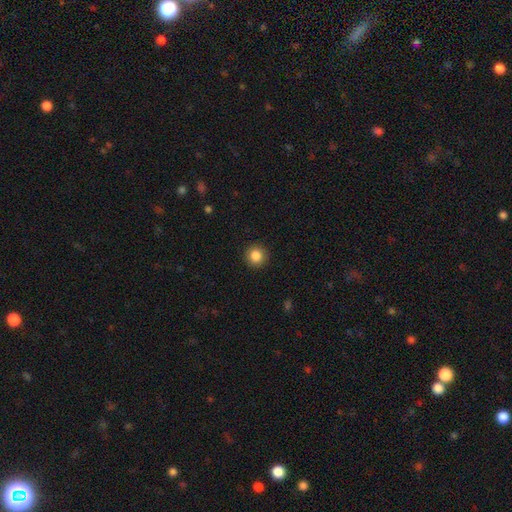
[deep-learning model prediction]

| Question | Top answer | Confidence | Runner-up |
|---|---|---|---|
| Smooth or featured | smooth | 86% | star or artifact (10%) |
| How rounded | round | 94% | in between (5%) |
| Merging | none | 92% | minor disturbance (6%) |